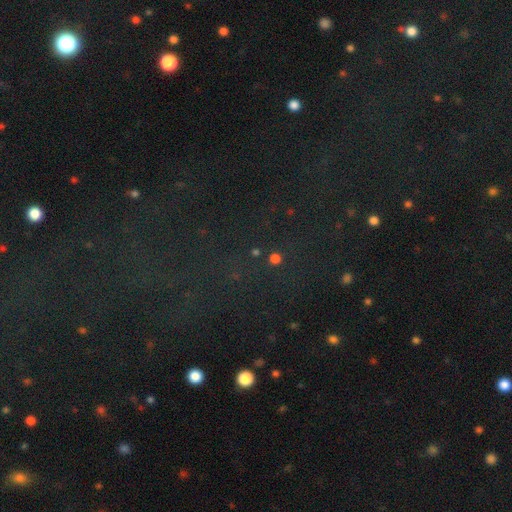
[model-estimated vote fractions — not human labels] Smooth or featured? Predicted: star or artifact (p=0.71).